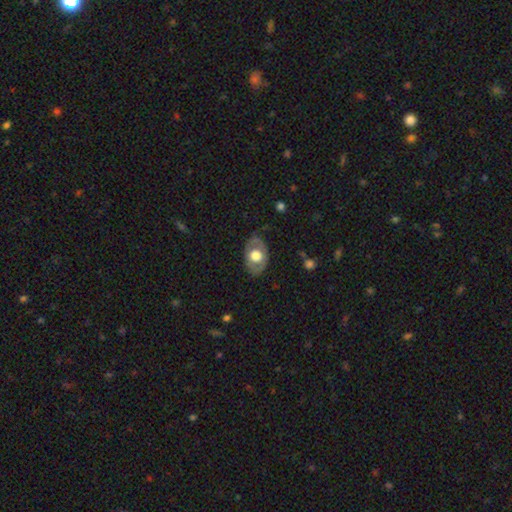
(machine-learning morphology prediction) smooth_or_featured: smooth (p=0.47) [tied with: featured or disk p=0.47]
merging: none (p=0.79) [alt: minor disturbance p=0.15]